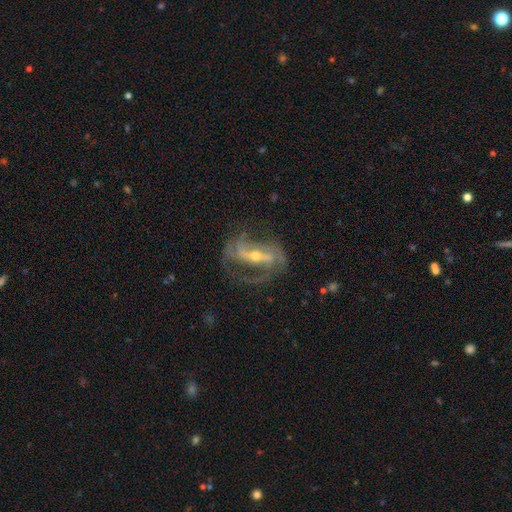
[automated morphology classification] Overall: featured or disk (88%). Edge-on disk: no (94%). Bar: strong (57%; weak 28%). Spiral arms: yes (95%). Spiral arm count: 2 (65%). Spiral winding: medium (48%; loose 31%). Bulge size: small (52%; moderate 44%). Merging: none (60%).